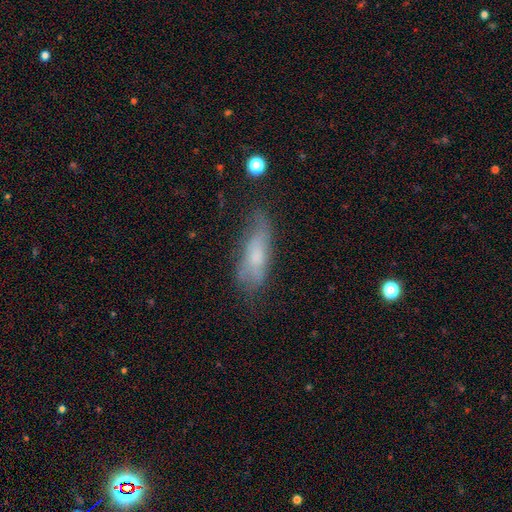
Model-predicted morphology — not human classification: Smooth or featured?
  - smooth: 60% *
  - featured or disk: 31%
  - star or artifact: 9%
How rounded?
  - in between: 64% *
  - cigar-shaped: 33%
  - round: 3%
Merging?
  - none: 49% *
  - minor disturbance: 32%
  - major disturbance: 17%
  - merger: 3%